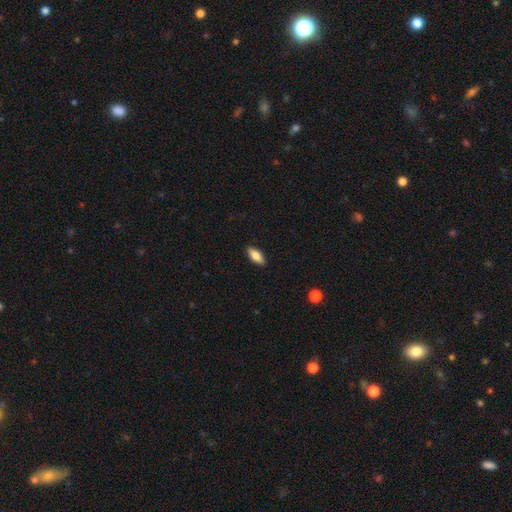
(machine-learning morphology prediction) The model was most divided on "how rounded": in between: 80%, cigar-shaped: 18%, round: 2%. More confident: merging — none (89%); smooth or featured — smooth (80%).